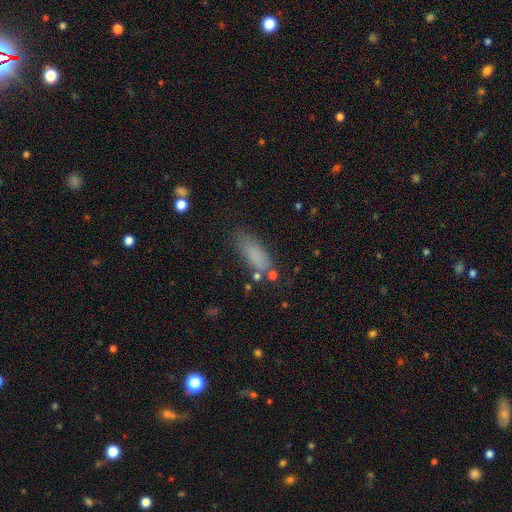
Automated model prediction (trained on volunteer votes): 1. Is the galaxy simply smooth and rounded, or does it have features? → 80% smooth, 10% star or artifact, 9% featured or disk.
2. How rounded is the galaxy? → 68% in between, 29% cigar-shaped, 3% round.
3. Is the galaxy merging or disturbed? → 62% none, 23% minor disturbance, 10% major disturbance, 6% merger.